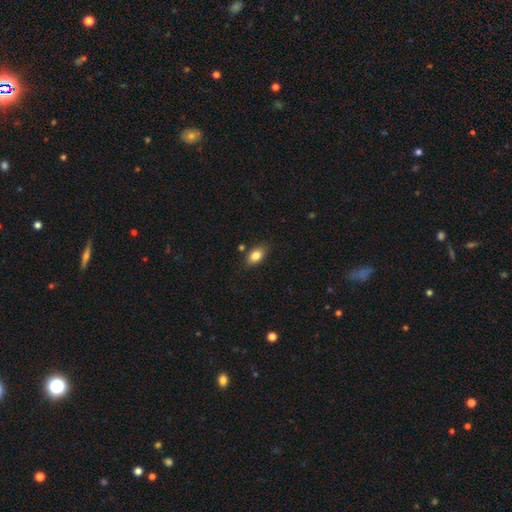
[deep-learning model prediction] A smooth galaxy with no disk features (83%) that is in between round and cigar-shaped (87%).

Vote fractions:
- Smooth or featured? smooth: 83% / featured or disk: 8% / star or artifact: 8%
- How rounded? in between: 87% / round: 11% / cigar-shaped: 3%
- Merging? none: 81% / minor disturbance: 13% / merger: 3% / major disturbance: 3%